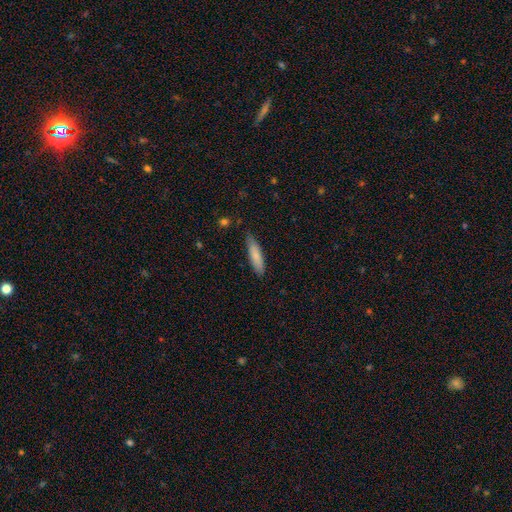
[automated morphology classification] This is clearly a smooth galaxy (81%). How rounded: likely cigar-shaped (72%). Merging: clearly none (81%).